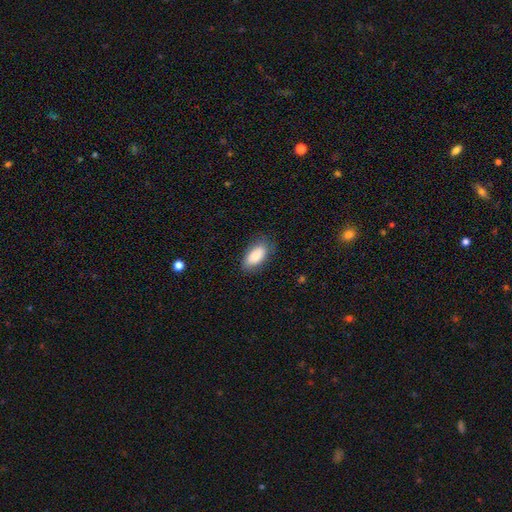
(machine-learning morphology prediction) A smooth galaxy with no disk features (87%) that is in between round and cigar-shaped (91%). Merging: none (77%).